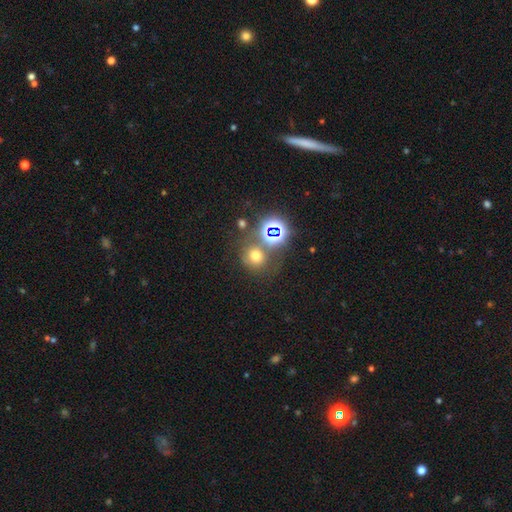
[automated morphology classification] smooth-or-featured: smooth: 61% | star or artifact: 29% | featured or disk: 10%
  how-rounded: round: 82% | in between: 17% | cigar-shaped: 1%
  merging: none: 62% | merger: 20% | minor disturbance: 12% | major disturbance: 6%